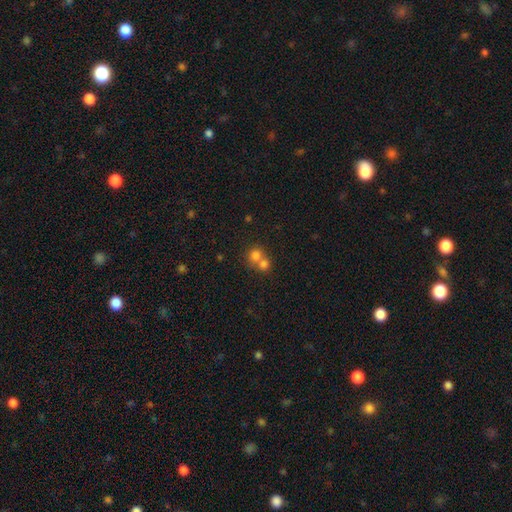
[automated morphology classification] A smooth galaxy with no disk features (76%) that is round (84%).

Vote fractions:
- Smooth or featured? smooth: 76% / star or artifact: 13% / featured or disk: 11%
- How rounded? round: 84% / in between: 15% / cigar-shaped: 1%
- Merging? merger: 56% / none: 37% / minor disturbance: 5% / major disturbance: 2%